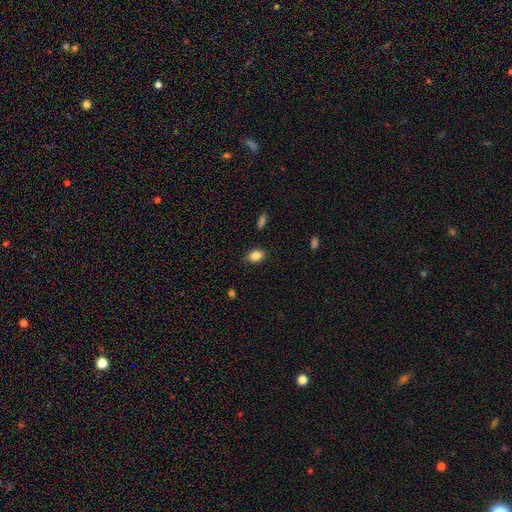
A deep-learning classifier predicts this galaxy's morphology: Smooth or featured? Predicted: smooth (p=0.86). How rounded? Predicted: in between (p=0.73). Merging? Predicted: none (p=0.86).